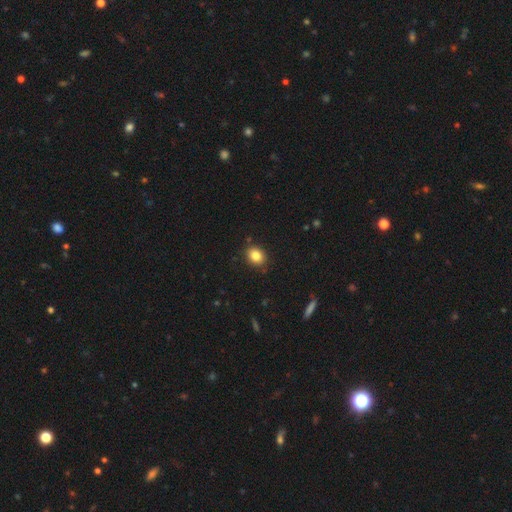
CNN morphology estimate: type=smooth (84%); roundness=round (52%); merging=none (85%).